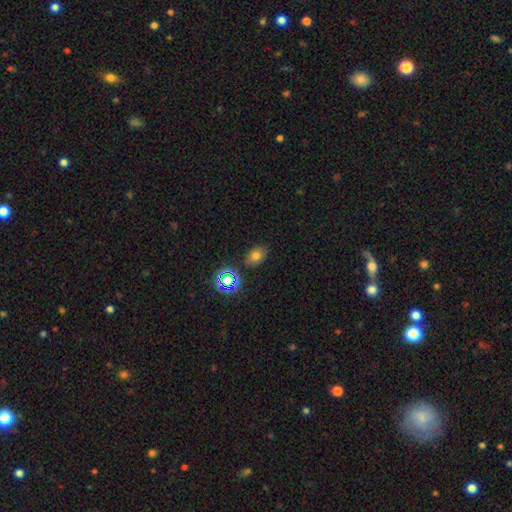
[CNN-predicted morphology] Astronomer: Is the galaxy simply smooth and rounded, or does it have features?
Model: smooth — 70%.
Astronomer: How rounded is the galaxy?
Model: in between — 72%.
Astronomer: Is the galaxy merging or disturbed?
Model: none — 82%.